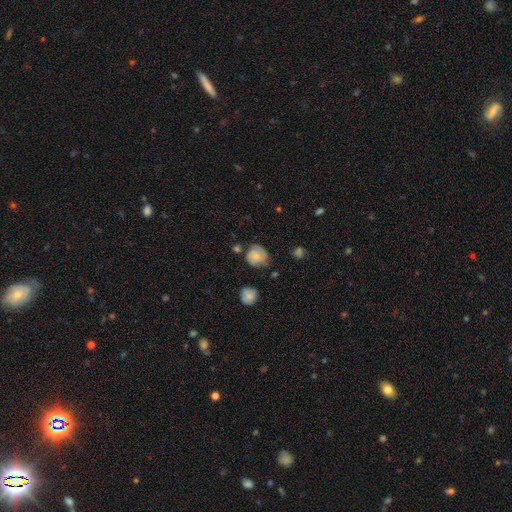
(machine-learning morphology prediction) smooth-or-featured: smooth: 52% | featured or disk: 39% | star or artifact: 9%
  how-rounded: round: 76% | in between: 23% | cigar-shaped: 1%
  merging: none: 62% | minor disturbance: 25% | major disturbance: 8% | merger: 5%